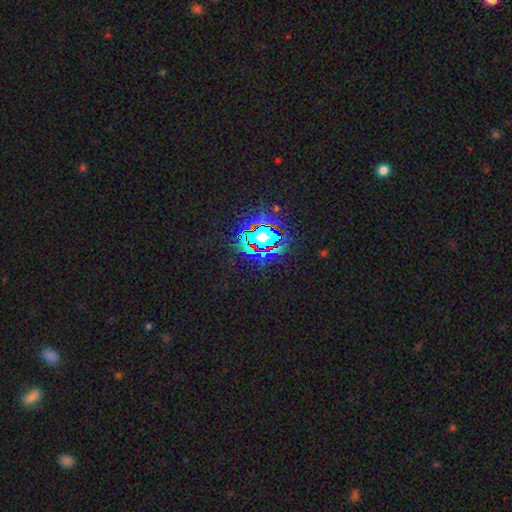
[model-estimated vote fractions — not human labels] Q: Smooth or featured?
A: star or artifact (83%); runner-up: smooth (11%)